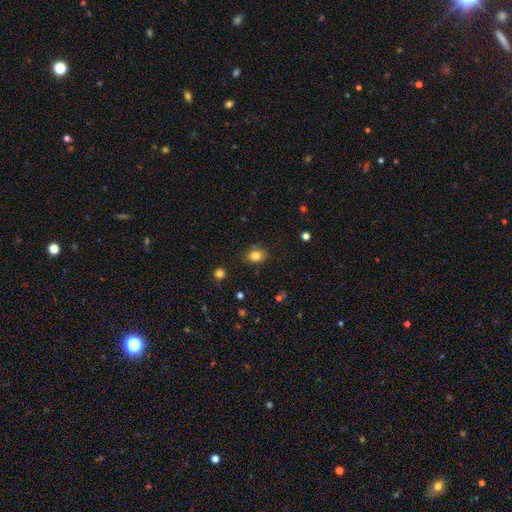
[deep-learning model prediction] A smooth galaxy with no disk features (82%) that is round (52%). Merging: none (81%).